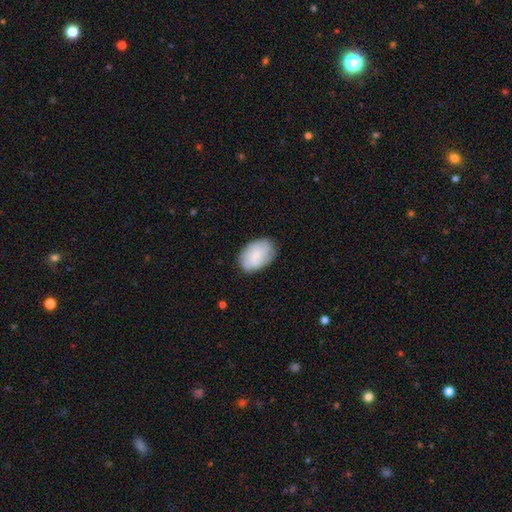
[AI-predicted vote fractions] smooth-or-featured: smooth: 57% | featured or disk: 35% | star or artifact: 7%
  how-rounded: in between: 87% | round: 12% | cigar-shaped: 1%
  merging: none: 80% | minor disturbance: 15% | major disturbance: 4% | merger: 1%